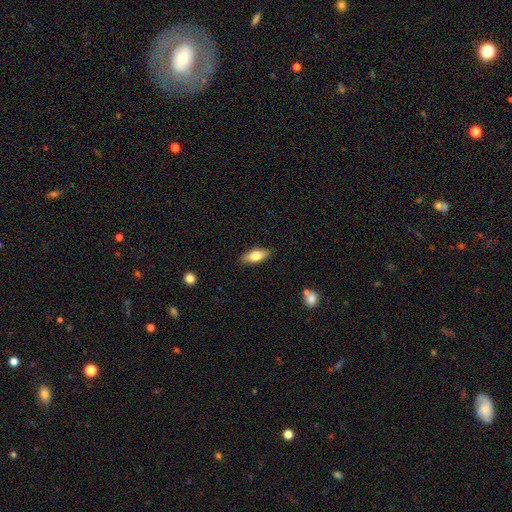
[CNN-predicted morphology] A smooth galaxy with no disk features (68%) that is in between round and cigar-shaped (75%).

Vote fractions:
- Smooth or featured? smooth: 68% / featured or disk: 26% / star or artifact: 6%
- How rounded? in between: 75% / cigar-shaped: 21% / round: 3%
- Merging? none: 88% / minor disturbance: 9% / major disturbance: 2% / merger: 1%